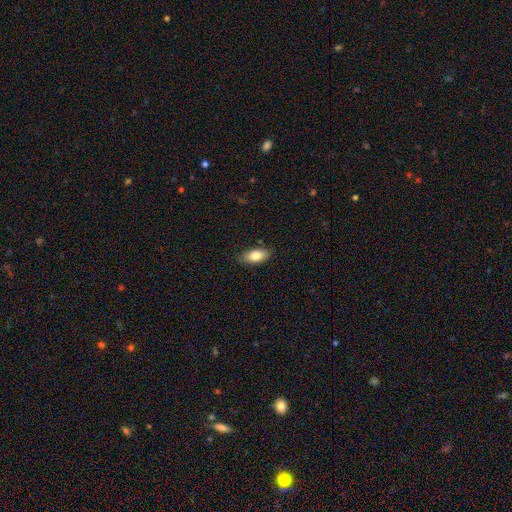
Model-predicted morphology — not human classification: smooth-or-featured: smooth: 83% | featured or disk: 11% | star or artifact: 7%
  how-rounded: in between: 88% | cigar-shaped: 9% | round: 3%
  merging: none: 85% | minor disturbance: 11% | major disturbance: 2% | merger: 1%